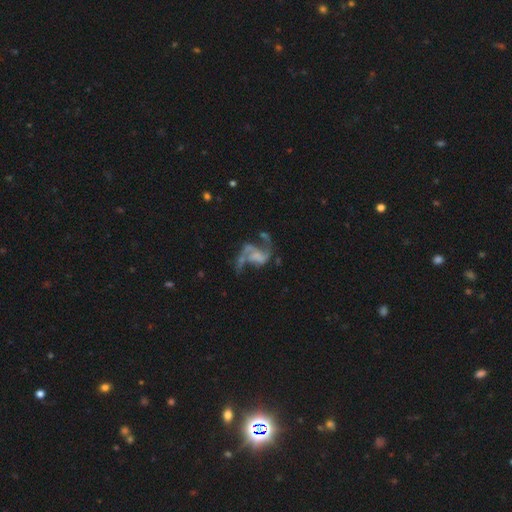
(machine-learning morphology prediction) Smooth or featured? Predicted: featured or disk (p=0.80). Edge-on disk? Predicted: no (p=0.98). Bar? Predicted: no (p=0.58). Spiral arms? Predicted: yes (p=0.87). Spiral winding? Predicted: loose (p=0.68). Spiral arm count? Predicted: 2 (p=0.75). Bulge size? Predicted: none (p=0.62). Merging? Predicted: none (p=0.38).